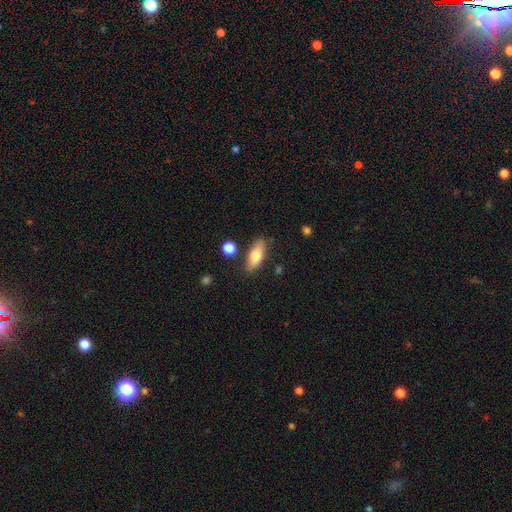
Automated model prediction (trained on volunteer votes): smooth-or-featured: smooth: 74% | featured or disk: 19% | star or artifact: 7%
  how-rounded: in between: 72% | cigar-shaped: 25% | round: 3%
  merging: none: 81% | minor disturbance: 12% | merger: 4% | major disturbance: 3%